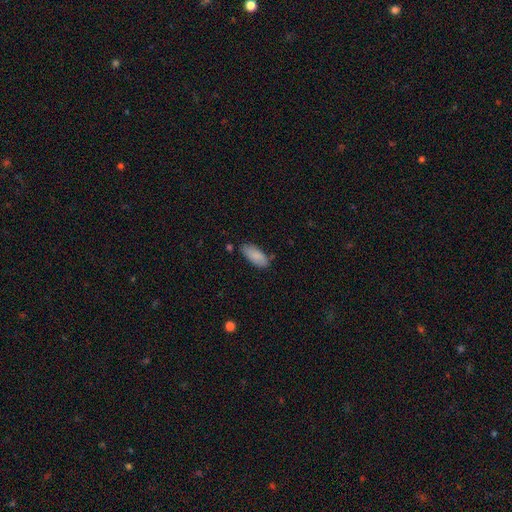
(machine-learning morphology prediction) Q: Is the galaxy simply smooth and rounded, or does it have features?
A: smooth — 86%.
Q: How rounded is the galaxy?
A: in between — 87%.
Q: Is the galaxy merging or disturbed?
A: none — 74%.